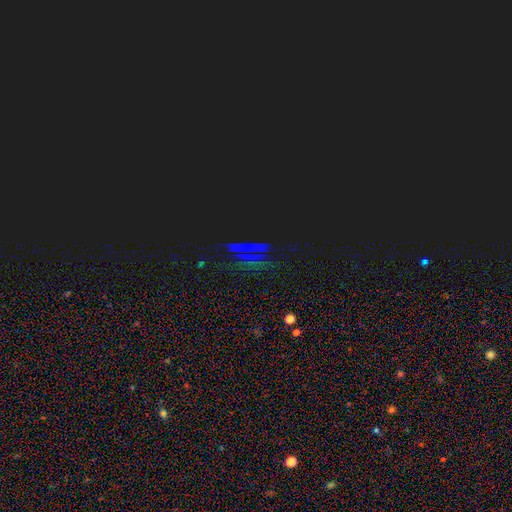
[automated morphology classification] A star or artifact, not a galaxy (76%).